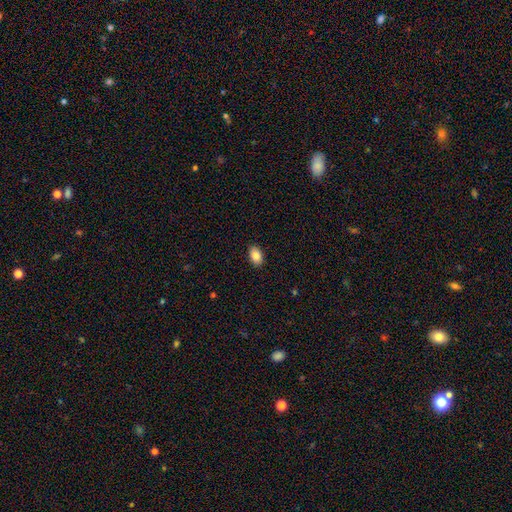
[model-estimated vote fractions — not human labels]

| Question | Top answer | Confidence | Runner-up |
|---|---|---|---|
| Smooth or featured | smooth | 87% | star or artifact (8%) |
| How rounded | in between | 89% | round (9%) |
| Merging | none | 89% | minor disturbance (8%) |